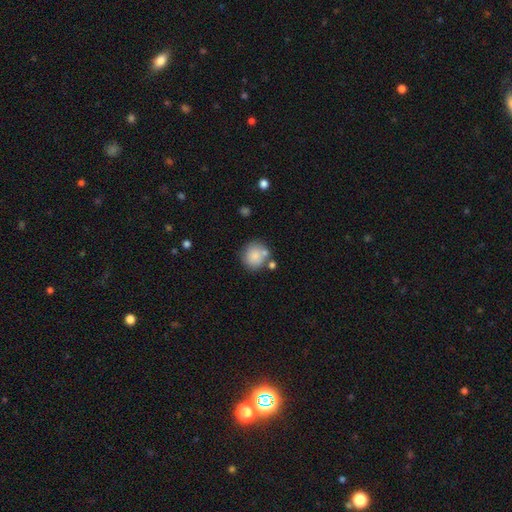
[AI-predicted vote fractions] smooth_or_featured: smooth (p=0.83) [alt: featured or disk p=0.09]
how_rounded: round (p=0.87) [alt: in between p=0.12]
merging: none (p=0.65) [alt: merger p=0.16]